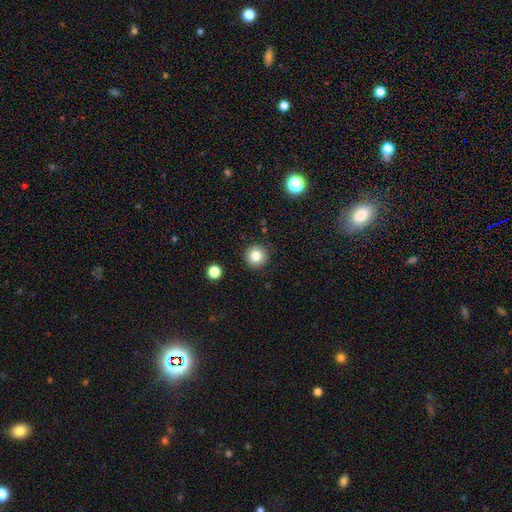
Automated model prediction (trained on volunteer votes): Overall: smooth (82%). How rounded: round (95%). Merging: none (91%).